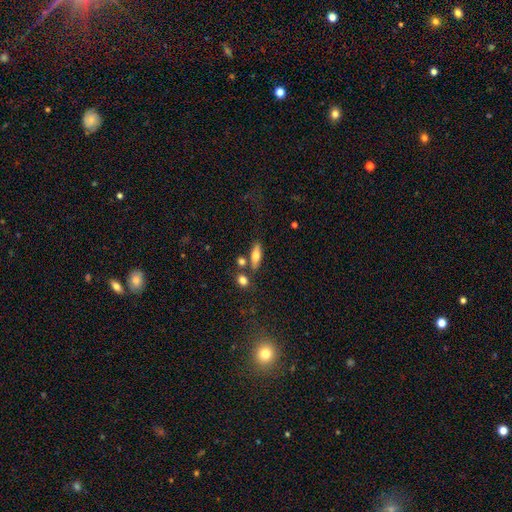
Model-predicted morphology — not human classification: Q: Smooth or featured?
A: smooth (66%); runner-up: featured or disk (26%)
Q: How rounded?
A: in between (57%); runner-up: cigar-shaped (39%)
Q: Merging?
A: none (72%); runner-up: merger (13%)